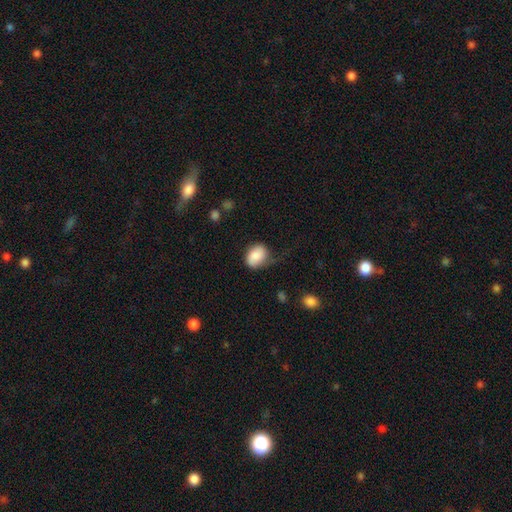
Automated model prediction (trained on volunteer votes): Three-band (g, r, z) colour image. It shows a smooth galaxy with no disk features (84%) that is in between round and cigar-shaped (69%). Merging: none (46%).